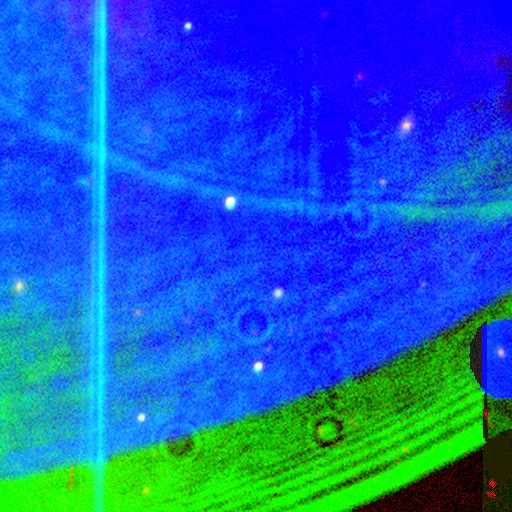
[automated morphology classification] This is clearly a star or artifact rather than a galaxy (88%).